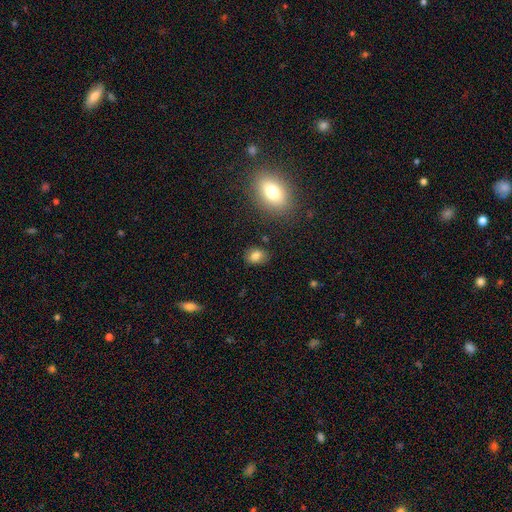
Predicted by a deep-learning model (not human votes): Smooth or featured? smooth (80%)
How rounded? in between (69%)
Merging? none (81%)